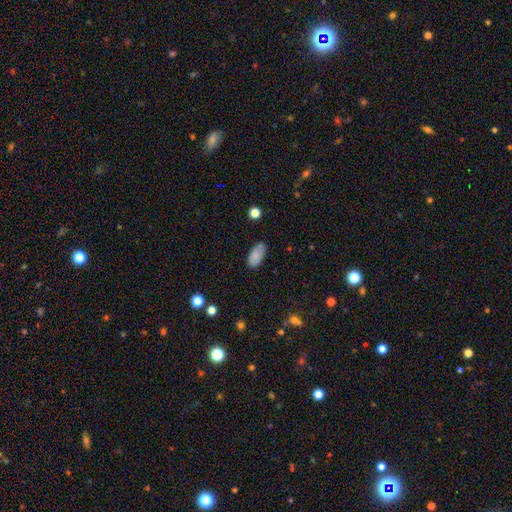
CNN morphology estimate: Smooth or featured?
  - smooth: 84% *
  - featured or disk: 8%
  - star or artifact: 8%
How rounded?
  - in between: 93% *
  - cigar-shaped: 5%
  - round: 2%
Merging?
  - none: 77% *
  - minor disturbance: 18%
  - major disturbance: 3%
  - merger: 2%